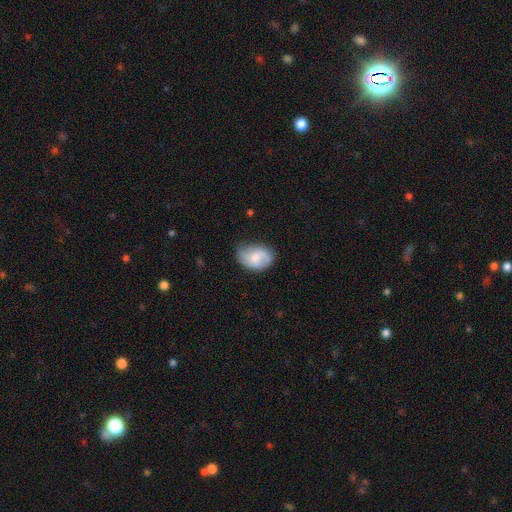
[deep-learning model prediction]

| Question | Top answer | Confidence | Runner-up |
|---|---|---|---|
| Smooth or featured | smooth | 57% | featured or disk (36%) |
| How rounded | in between | 73% | round (26%) |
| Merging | none | 61% | minor disturbance (29%) |